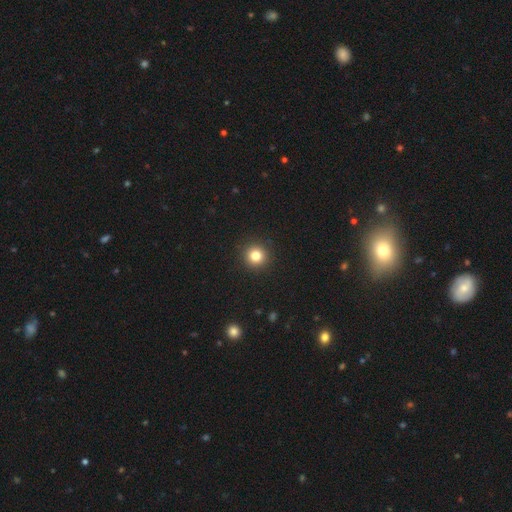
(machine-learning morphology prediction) Smooth or featured?
  - smooth: 81% *
  - star or artifact: 12%
  - featured or disk: 6%
How rounded?
  - round: 95% *
  - in between: 4%
  - cigar-shaped: 1%
Merging?
  - none: 93% *
  - minor disturbance: 4%
  - major disturbance: 2%
  - merger: 1%